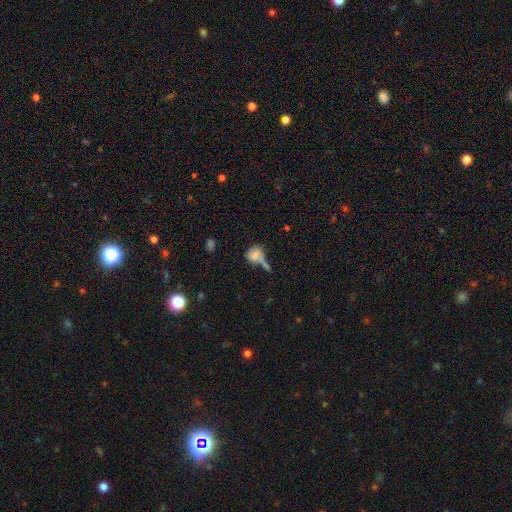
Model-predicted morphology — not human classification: The model was most divided on "merging": merger: 35%, none: 34%, minor disturbance: 18%, major disturbance: 14%. More confident: smooth or featured — smooth (72%); how rounded — round (53%).